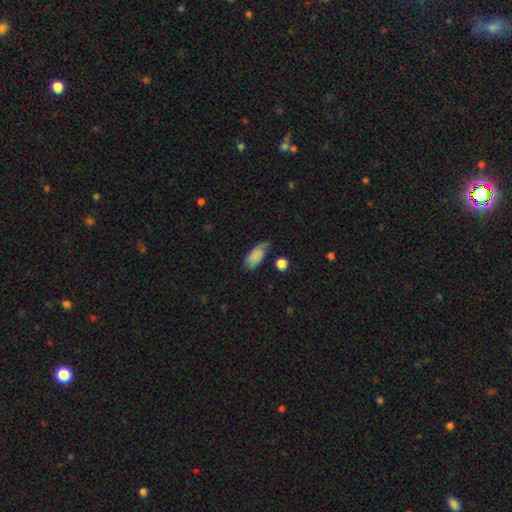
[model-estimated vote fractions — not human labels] This is likely a smooth galaxy (78%). How rounded: clearly in between (88%). Merging: possibly none (49%).